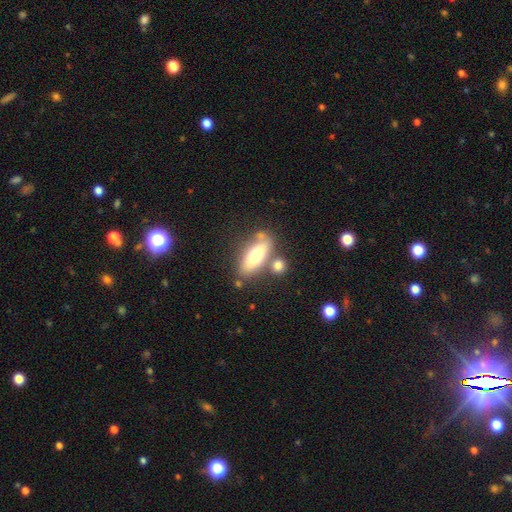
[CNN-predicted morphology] Smooth or featured: smooth — 66% (featured or disk — 27%)
How rounded: in between — 66% (cigar-shaped — 30%)
Merging: none — 60% (merger — 19%)